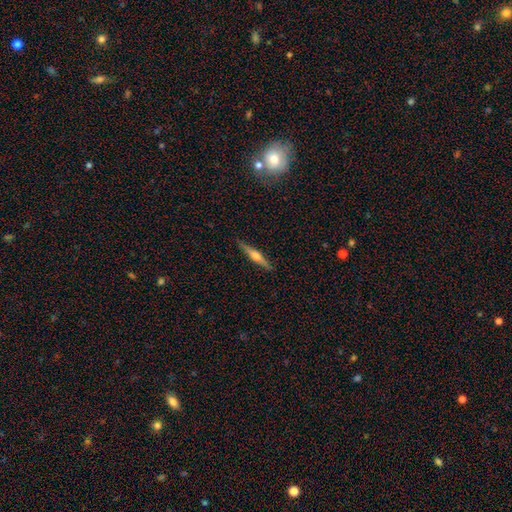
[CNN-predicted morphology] Smooth or featured? featured or disk (62%)
Edge-on disk? yes (97%)
Edge-on bulge? rounded (87%)
Merging? none (90%)